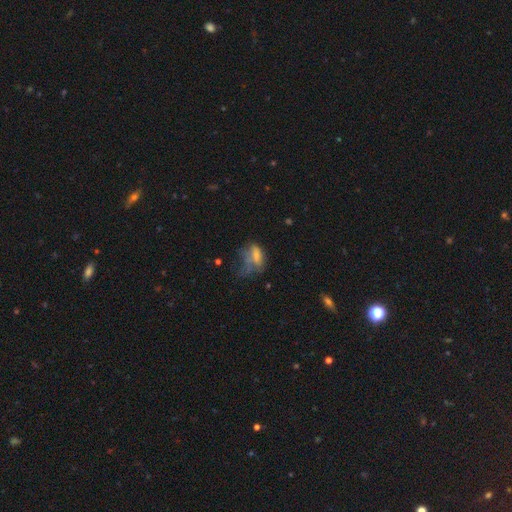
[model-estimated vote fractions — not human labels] Smooth or featured: smooth — 58% (featured or disk — 28%)
How rounded: in between — 82% (round — 11%)
Merging: major disturbance — 49% (none — 21%)